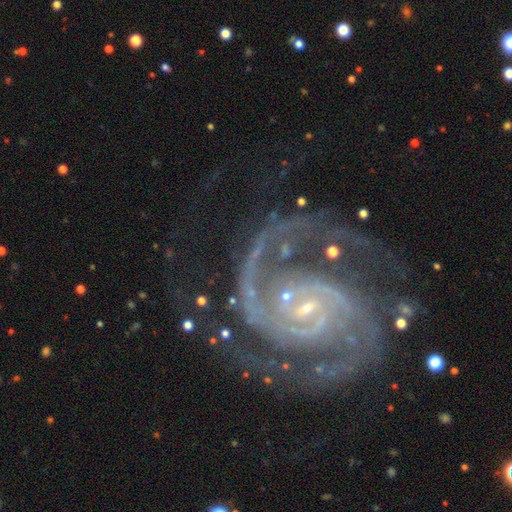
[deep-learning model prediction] A featured or disk galaxy (93%) with no bar (46%), 2 (84%) medium (49%) spiral arms (99%) and a small central bulge (81%).

Vote fractions:
- Smooth or featured? featured or disk: 93% / star or artifact: 5% / smooth: 2%
- Edge-on disk? no: 98% / yes: 2%
- Bar? no: 46% / weak: 38% / strong: 16%
- Spiral arms? yes: 99% / no: 1%
- Spiral winding? medium: 49% / tight: 43% / loose: 7%
- Spiral arm count? 2: 84% / 3: 6% / can't tell: 3% / 4: 3% / 1: 2% / more than 4: 2%
- Bulge size? small: 81% / moderate: 11% / none: 5% / large: 1% / dominant: 1%
- Merging? none: 71% / minor disturbance: 16% / major disturbance: 10% / merger: 3%